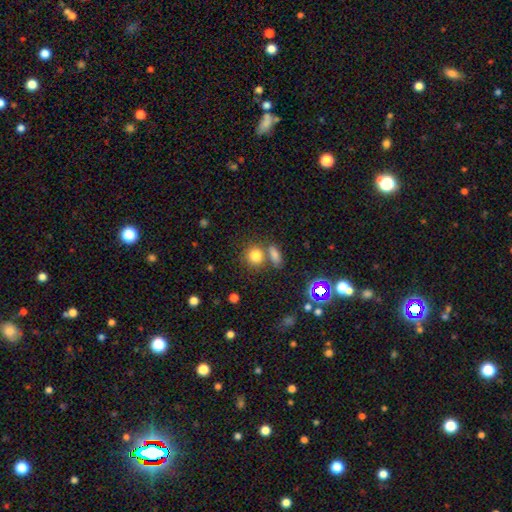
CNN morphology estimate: A smooth galaxy with no disk features (79%) that is round (78%).

Vote fractions:
- Smooth or featured? smooth: 79% / star or artifact: 13% / featured or disk: 8%
- How rounded? round: 78% / in between: 20% / cigar-shaped: 2%
- Merging? none: 60% / merger: 26% / minor disturbance: 10% / major disturbance: 4%